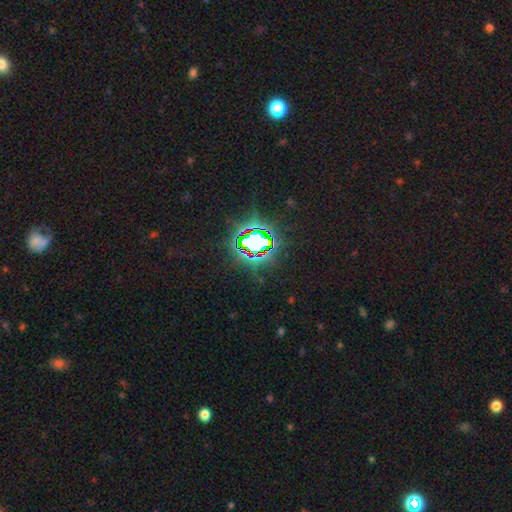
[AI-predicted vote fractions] star or artifact 80%, smooth 12%, featured or disk 7%.